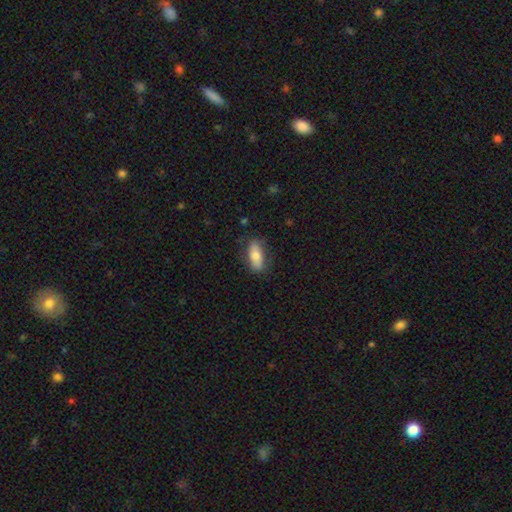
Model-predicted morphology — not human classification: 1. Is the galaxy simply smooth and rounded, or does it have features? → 74% smooth, 20% featured or disk, 6% star or artifact.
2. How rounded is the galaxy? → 81% in between, 16% cigar-shaped, 3% round.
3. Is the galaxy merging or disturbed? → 78% none, 16% minor disturbance, 5% major disturbance, 1% merger.